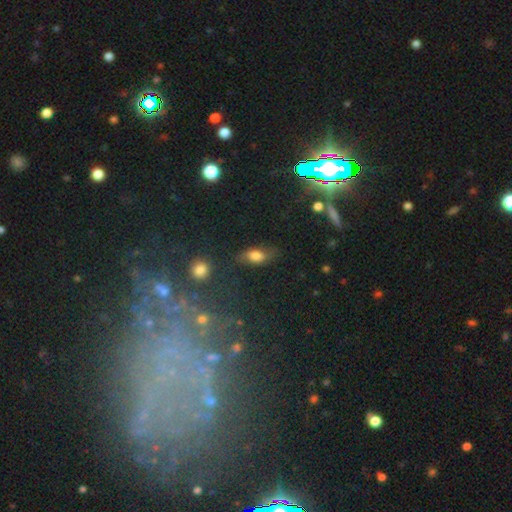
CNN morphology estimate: This is likely a smooth galaxy (66%). How rounded: clearly in between (80%). Merging: likely none (66%).